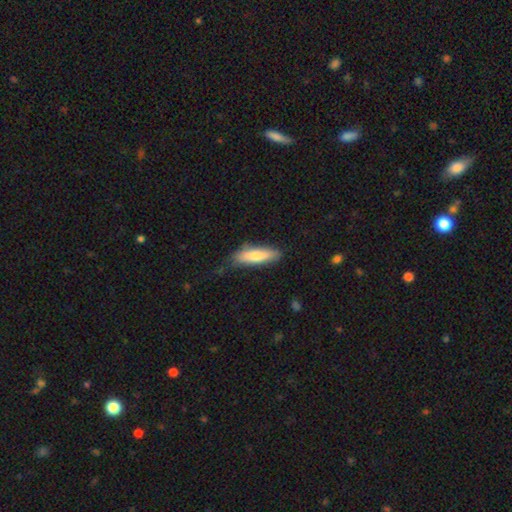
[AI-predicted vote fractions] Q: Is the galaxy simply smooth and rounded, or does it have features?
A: smooth — 76%.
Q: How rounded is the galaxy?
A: cigar-shaped — 61%.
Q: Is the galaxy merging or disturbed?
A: none — 75%.